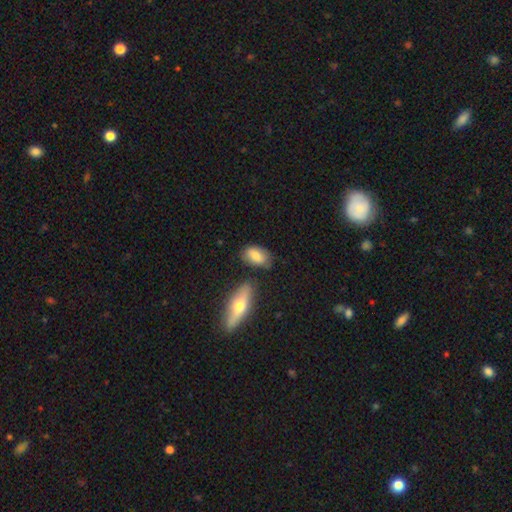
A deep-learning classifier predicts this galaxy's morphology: smooth-or-featured: smooth: 80% | featured or disk: 14% | star or artifact: 6%
  how-rounded: in between: 90% | round: 6% | cigar-shaped: 4%
  merging: none: 68% | minor disturbance: 20% | merger: 8% | major disturbance: 4%